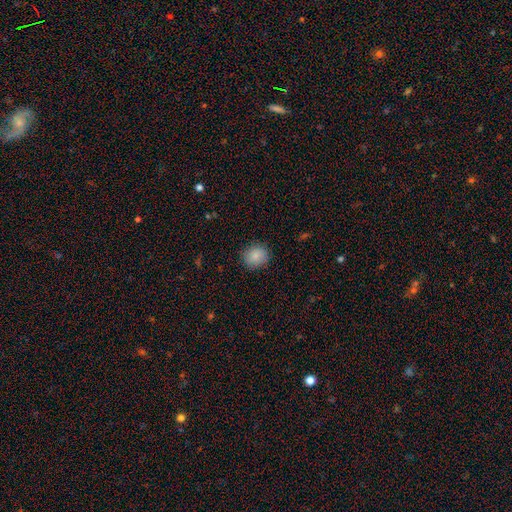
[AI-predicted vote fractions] Smooth or featured? smooth (87%)
How rounded? round (76%)
Merging? none (88%)